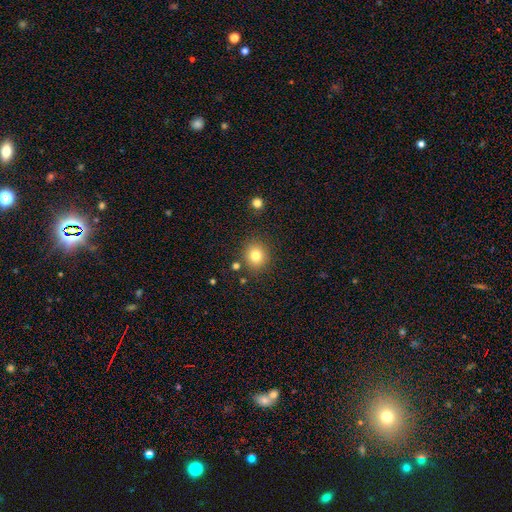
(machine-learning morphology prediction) Smooth or featured?
  - smooth: 81% *
  - star or artifact: 12%
  - featured or disk: 8%
How rounded?
  - round: 83% *
  - in between: 17%
  - cigar-shaped: 1%
Merging?
  - none: 85% *
  - minor disturbance: 8%
  - merger: 4%
  - major disturbance: 3%